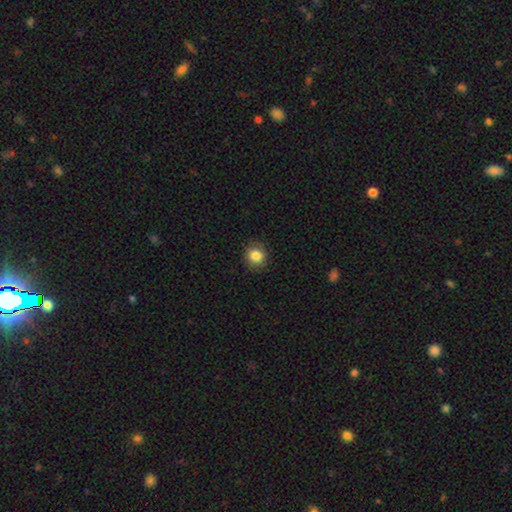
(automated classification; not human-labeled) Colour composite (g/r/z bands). It shows a smooth galaxy with no disk features (85%) that is round (84%). Merging: none (89%).